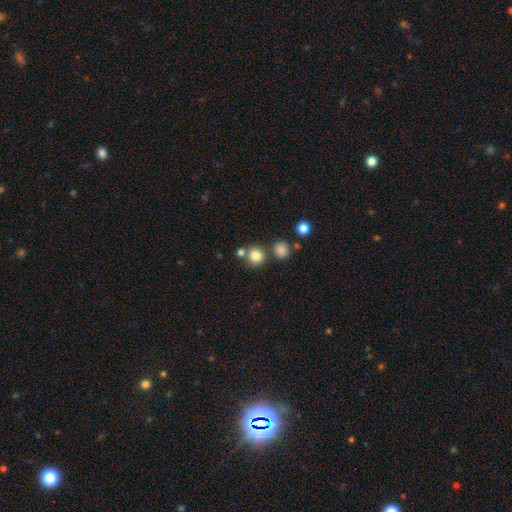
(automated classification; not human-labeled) smooth_or_featured: smooth (p=0.81) [alt: star or artifact p=0.12]
how_rounded: round (p=0.91) [alt: in between p=0.08]
merging: none (p=0.72) [alt: merger p=0.17]